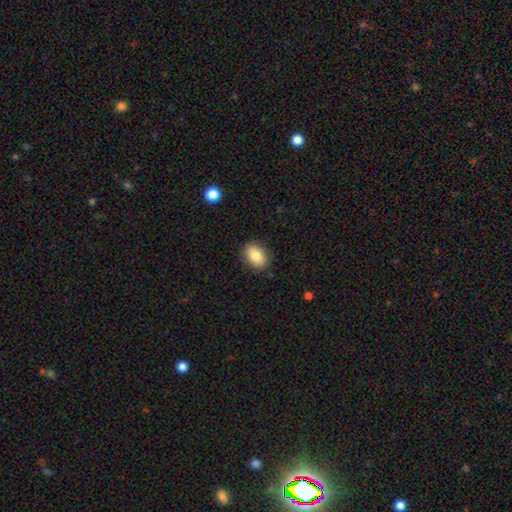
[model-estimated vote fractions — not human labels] smooth 83%, featured or disk 9%, star or artifact 8%. Down the decision tree: how rounded — in between (77%); merging — none (86%).